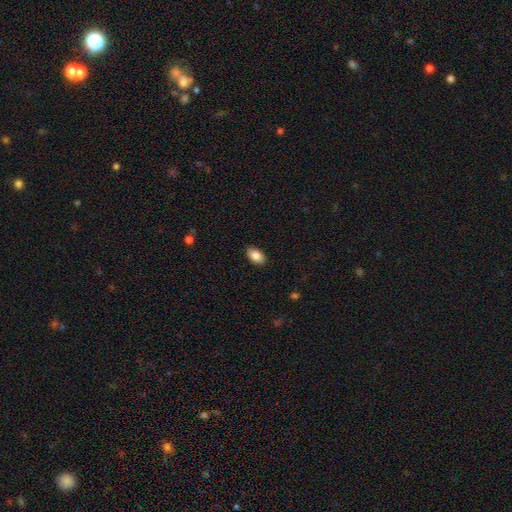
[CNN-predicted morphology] Q: Smooth or featured?
A: smooth (86%); runner-up: star or artifact (7%)
Q: How rounded?
A: in between (92%); runner-up: round (7%)
Q: Merging?
A: none (89%); runner-up: minor disturbance (8%)